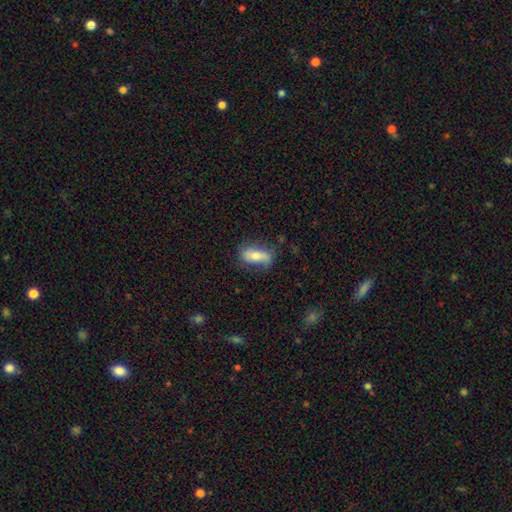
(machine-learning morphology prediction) This is possibly a smooth galaxy (59%). How rounded: clearly in between (80%). Merging: likely none (63%).